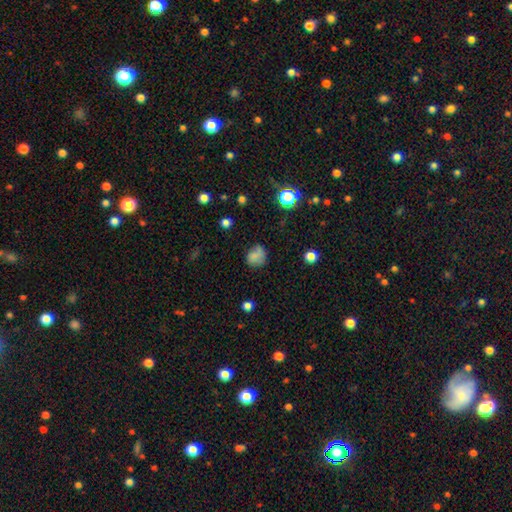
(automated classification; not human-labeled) smooth_or_featured: smooth (p=0.73) [alt: star or artifact p=0.14]
how_rounded: round (p=0.72) [alt: in between p=0.27]
merging: none (p=0.62) [alt: minor disturbance p=0.23]